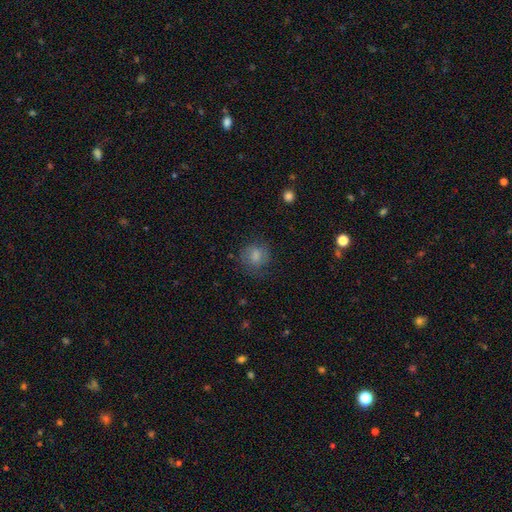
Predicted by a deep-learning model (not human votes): Morphology: type=smooth (74%); roundness=round (78%); merging=none (70%).